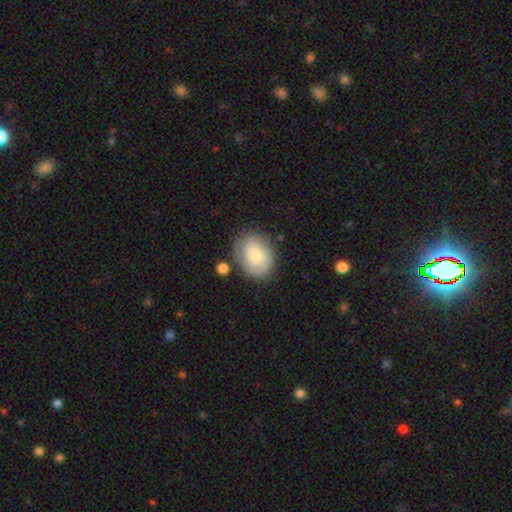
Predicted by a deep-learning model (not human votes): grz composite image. It shows a smooth galaxy with no disk features (64%) that is in between round and cigar-shaped (58%). Merging: none (70%).